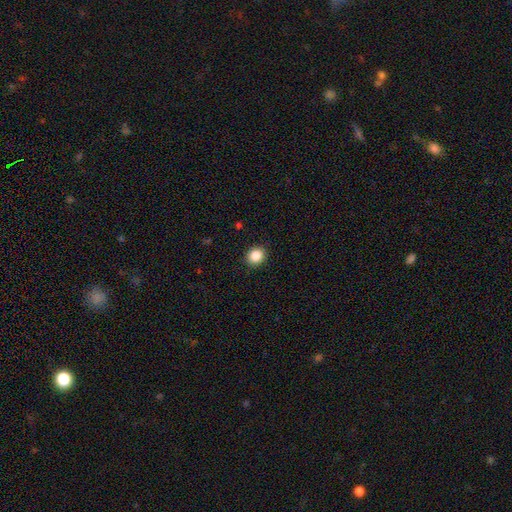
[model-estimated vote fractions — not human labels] Smooth or featured?
  - smooth: 87% *
  - star or artifact: 10%
  - featured or disk: 4%
How rounded?
  - round: 80% *
  - in between: 19%
  - cigar-shaped: 1%
Merging?
  - none: 91% *
  - minor disturbance: 6%
  - major disturbance: 2%
  - merger: 1%